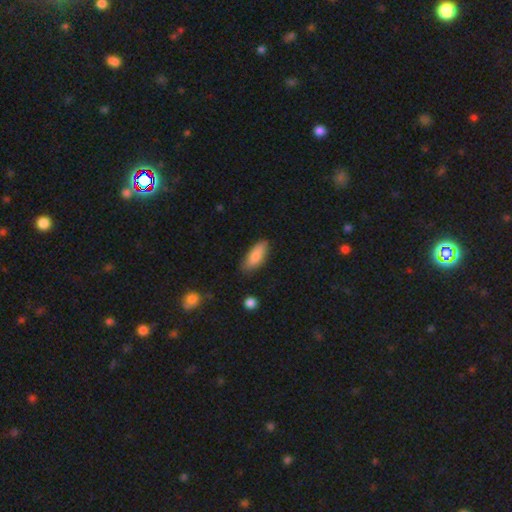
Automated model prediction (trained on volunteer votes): smooth 85%, featured or disk 9%, star or artifact 6%. Down the decision tree: how rounded — in between (76%); merging — none (78%).